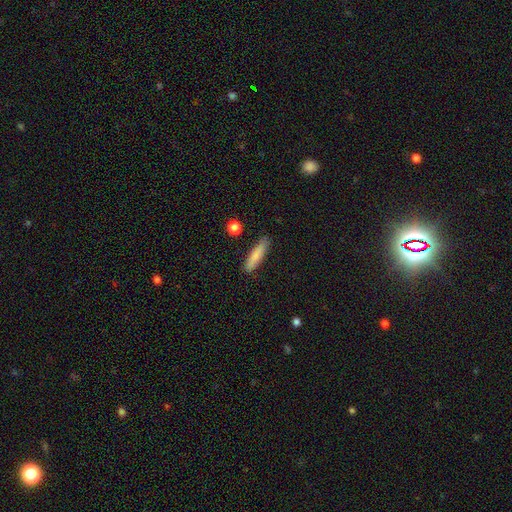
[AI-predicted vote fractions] Morphology: type=smooth (81%); roundness=cigar-shaped (78%); merging=none (85%).